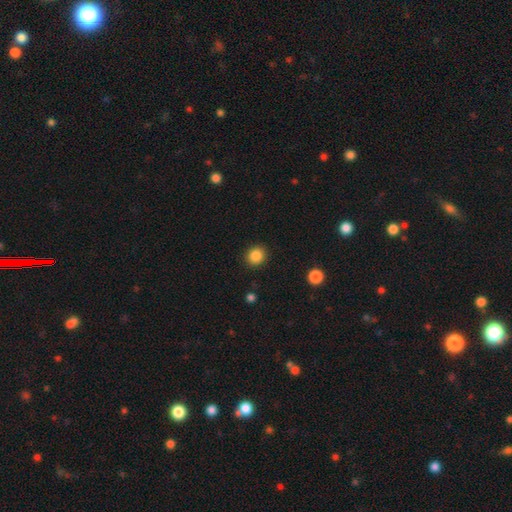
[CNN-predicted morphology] Overall: smooth (87%). How rounded: round (78%). Merging: none (90%).